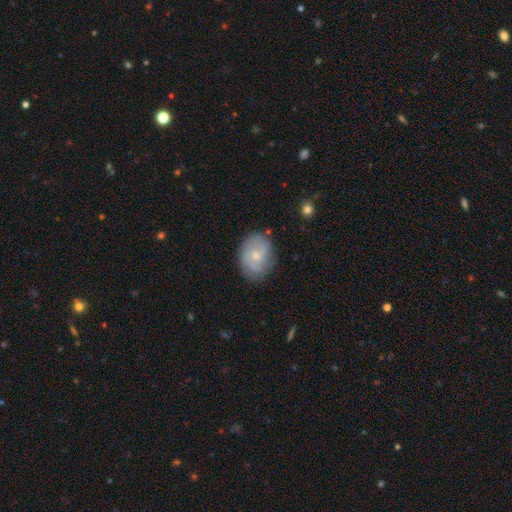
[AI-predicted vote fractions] smooth_or_featured: featured or disk (p=0.56) [alt: smooth p=0.37]
disk_edge_on: no (p=0.97) [alt: yes p=0.03]
bar: no (p=0.68) [alt: weak p=0.29]
has_spiral_arms: yes (p=0.84) [alt: no p=0.16]
bulge_size: small (p=0.50) [alt: moderate p=0.45]
merging: none (p=0.75) [alt: minor disturbance p=0.19]